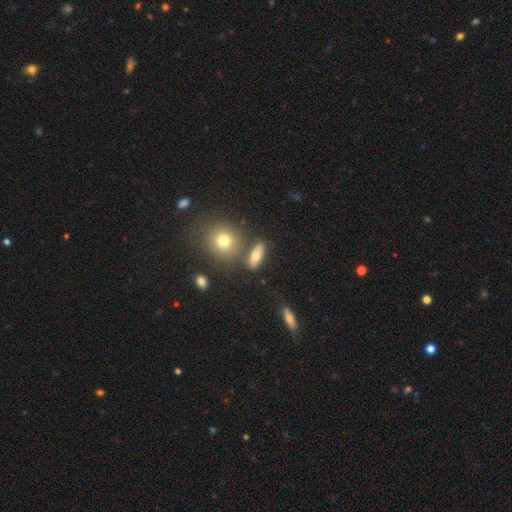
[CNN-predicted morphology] This appears to be a smooth galaxy with no disk features (70%) that is in between round and cigar-shaped (66%). Merging: none (70%).